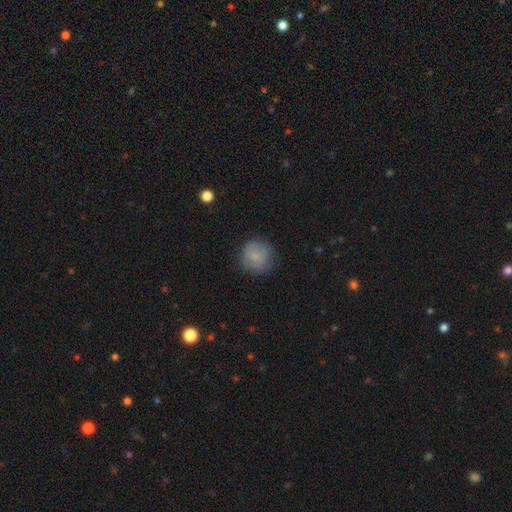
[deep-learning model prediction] Overall: smooth (73%). How rounded: round (89%). Merging: none (73%).